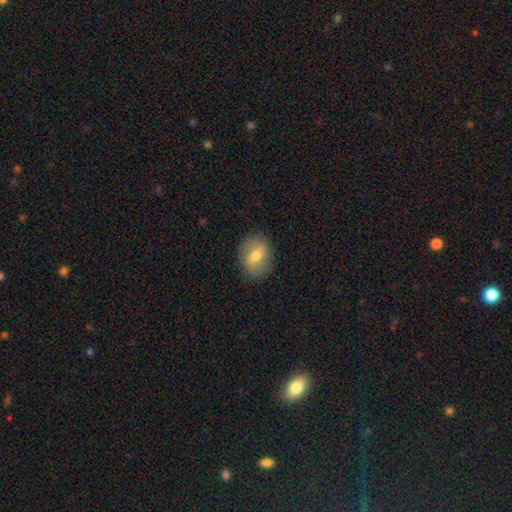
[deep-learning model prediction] The model was most divided on "how rounded": in between: 57%, round: 41%, cigar-shaped: 1%. More confident: merging — none (85%); smooth or featured — smooth (60%).